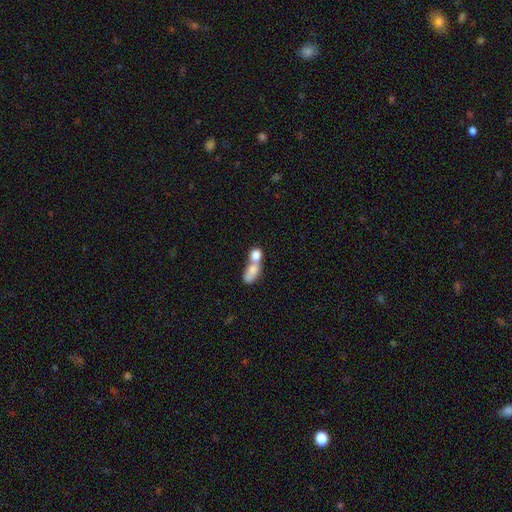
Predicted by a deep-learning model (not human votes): This is likely a smooth galaxy (77%). How rounded: likely in between (61%). Merging: likely merger (71%).